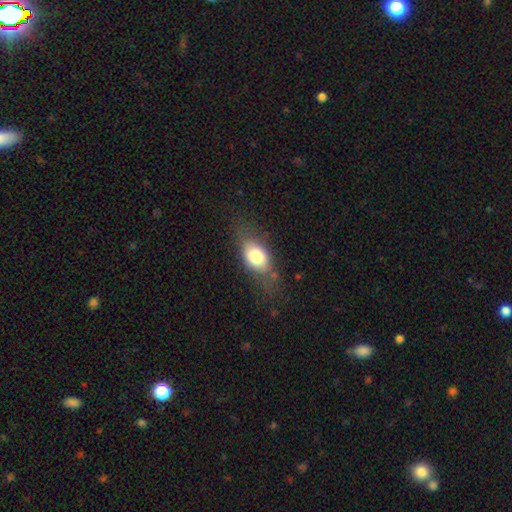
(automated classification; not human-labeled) A smooth galaxy with no disk features (72%) that is in between round and cigar-shaped (80%).

Vote fractions:
- Smooth or featured? smooth: 72% / featured or disk: 20% / star or artifact: 8%
- How rounded? in between: 80% / round: 14% / cigar-shaped: 5%
- Merging? none: 65% / minor disturbance: 22% / major disturbance: 11% / merger: 2%